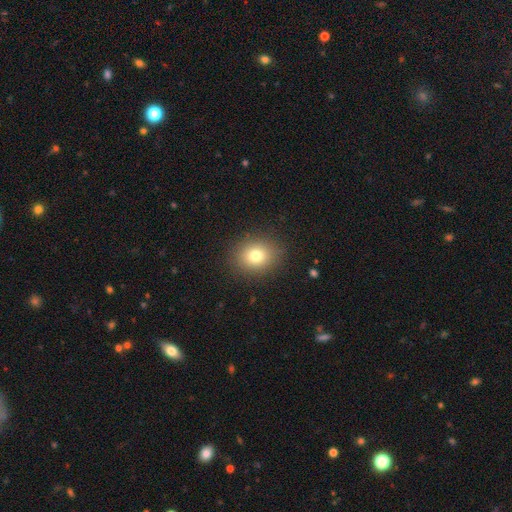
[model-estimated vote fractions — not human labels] Smooth or featured? smooth (77%)
How rounded? round (67%)
Merging? none (89%)